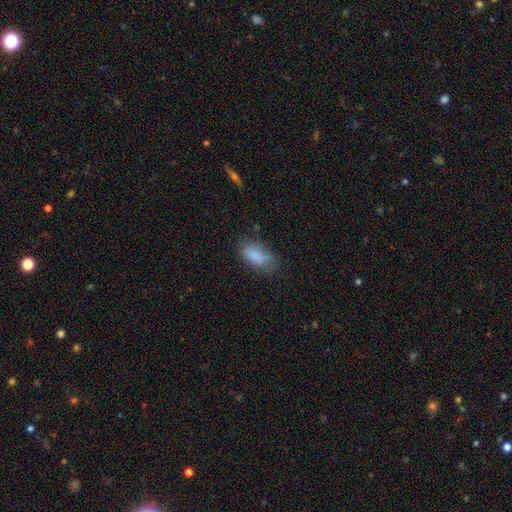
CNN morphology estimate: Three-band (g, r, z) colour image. It shows a smooth galaxy with no disk features (82%) that is in between round and cigar-shaped (88%). Merging: none (63%).